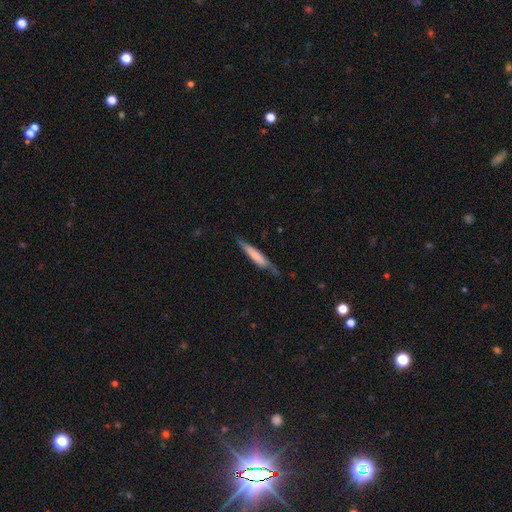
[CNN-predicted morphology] Smooth or featured: smooth — 56% (featured or disk — 39%)
How rounded: cigar-shaped — 90% (in between — 9%)
Merging: none — 65% (minor disturbance — 27%)